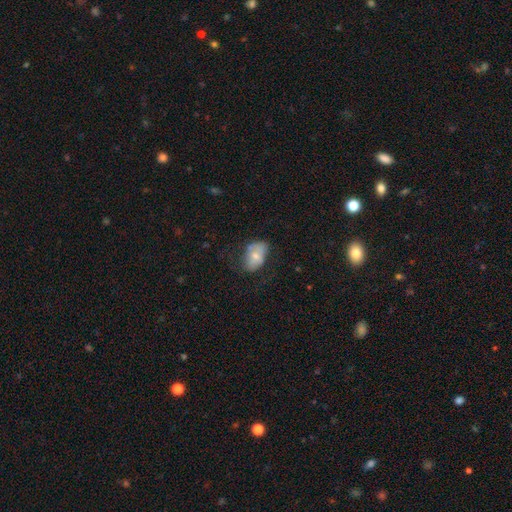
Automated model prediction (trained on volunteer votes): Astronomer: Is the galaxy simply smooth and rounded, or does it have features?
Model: smooth — 66%.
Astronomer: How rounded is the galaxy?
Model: in between — 88%.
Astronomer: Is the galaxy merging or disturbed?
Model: none — 52% (runner-up: minor disturbance, 30%).